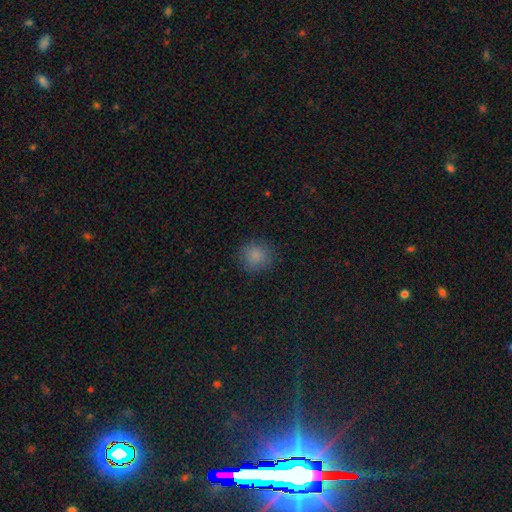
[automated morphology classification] The model was most divided on "smooth or featured": smooth: 84%, star or artifact: 11%, featured or disk: 4%. More confident: how rounded — round (90%); merging — none (86%).